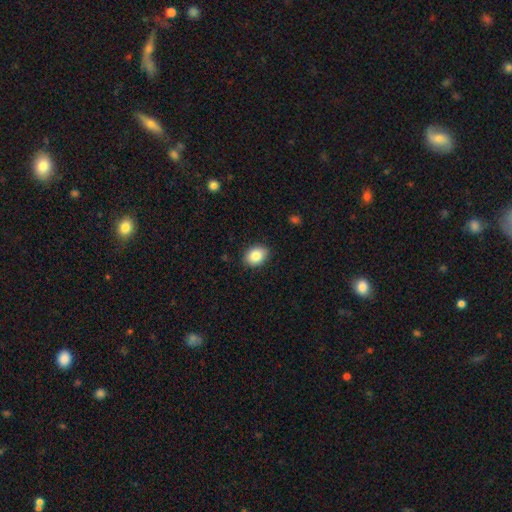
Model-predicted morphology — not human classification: smooth 85%, star or artifact 8%, featured or disk 7%. Down the decision tree: how rounded — in between (68%); merging — none (88%).